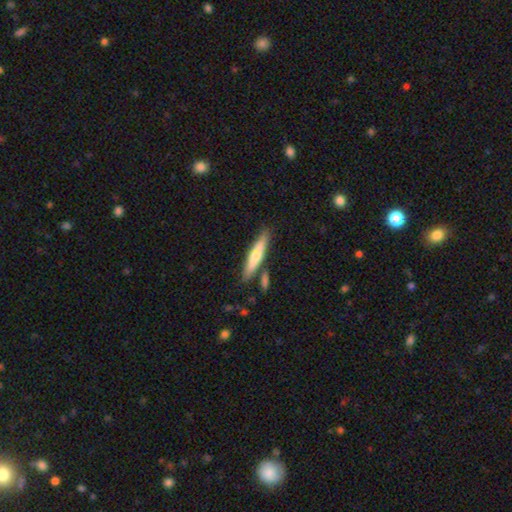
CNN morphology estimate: The model was most divided on "smooth or featured": smooth: 58%, featured or disk: 36%, star or artifact: 5%. More confident: how rounded — cigar-shaped (87%); merging — none (77%).